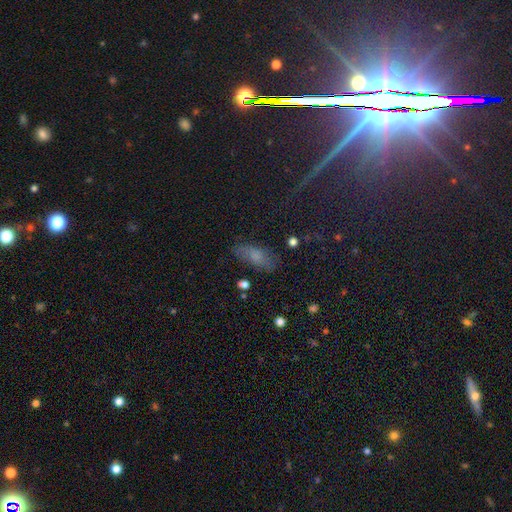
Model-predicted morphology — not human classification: Overall: smooth (65%). How rounded: in between (82%). Merging: none (73%).